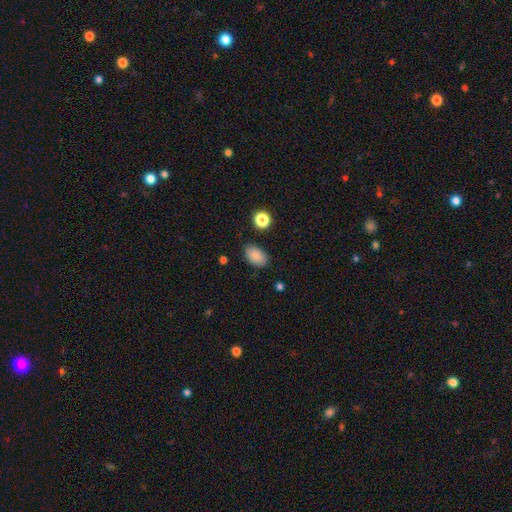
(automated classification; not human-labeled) Smooth or featured?
  - smooth: 86% *
  - star or artifact: 8%
  - featured or disk: 6%
How rounded?
  - in between: 89% *
  - round: 10%
  - cigar-shaped: 1%
Merging?
  - none: 83% *
  - minor disturbance: 12%
  - major disturbance: 3%
  - merger: 2%